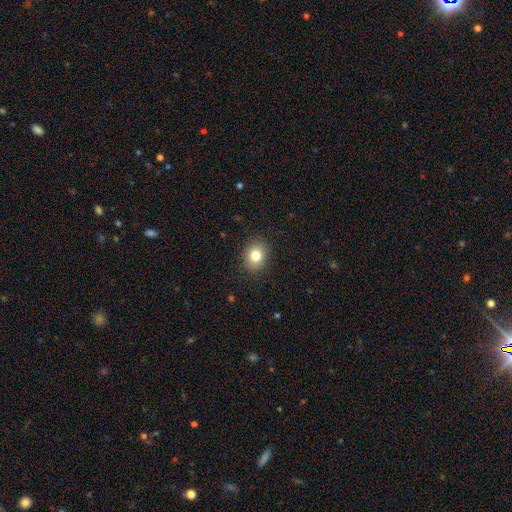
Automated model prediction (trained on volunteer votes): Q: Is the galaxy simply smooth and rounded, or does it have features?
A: smooth — 80%.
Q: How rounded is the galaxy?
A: round — 58%.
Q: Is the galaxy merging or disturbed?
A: none — 88%.